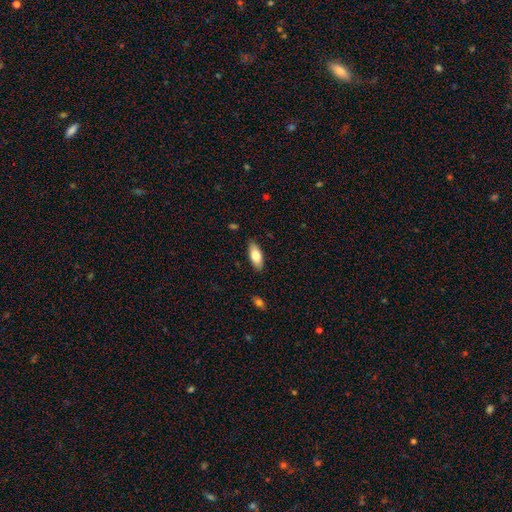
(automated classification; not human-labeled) The model was most divided on "smooth or featured": smooth: 77%, featured or disk: 16%, star or artifact: 6%. More confident: merging — none (86%); how rounded — in between (81%).